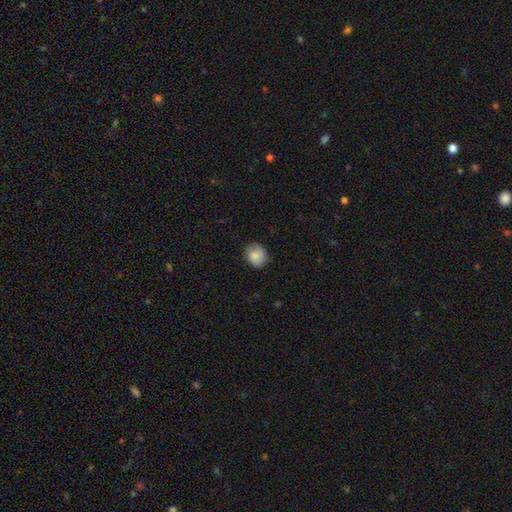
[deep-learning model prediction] Smooth or featured?
  - smooth: 85% *
  - star or artifact: 8%
  - featured or disk: 7%
How rounded?
  - round: 75% *
  - in between: 24%
  - cigar-shaped: 1%
Merging?
  - none: 84% *
  - minor disturbance: 13%
  - major disturbance: 3%
  - merger: 1%